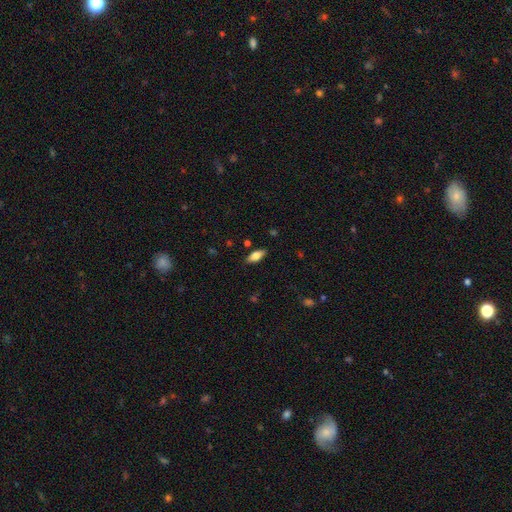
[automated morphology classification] smooth-or-featured: smooth: 73% | featured or disk: 20% | star or artifact: 7%
  how-rounded: in between: 82% | cigar-shaped: 16% | round: 2%
  merging: none: 85% | minor disturbance: 11% | major disturbance: 2% | merger: 2%